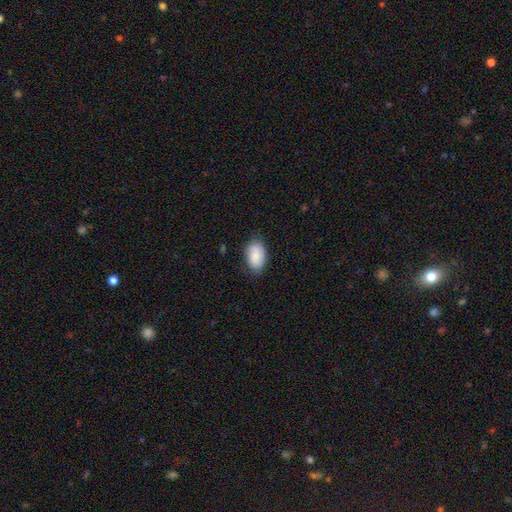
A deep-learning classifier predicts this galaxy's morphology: Smooth or featured?
  - smooth: 84% *
  - featured or disk: 9%
  - star or artifact: 6%
How rounded?
  - in between: 91% *
  - round: 8%
  - cigar-shaped: 1%
Merging?
  - none: 77% *
  - minor disturbance: 18%
  - major disturbance: 3%
  - merger: 1%